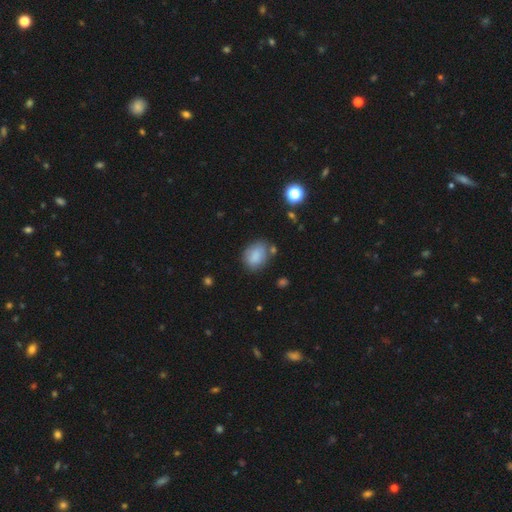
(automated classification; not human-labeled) Smooth or featured? smooth (82%)
How rounded? in between (66%)
Merging? none (64%)